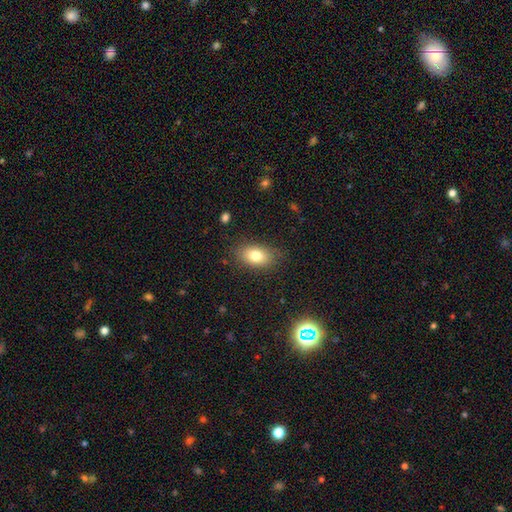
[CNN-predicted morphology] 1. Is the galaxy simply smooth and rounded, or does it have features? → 79% smooth, 12% featured or disk, 9% star or artifact.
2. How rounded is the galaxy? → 86% in between, 12% round, 2% cigar-shaped.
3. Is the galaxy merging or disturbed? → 83% none, 13% minor disturbance, 4% major disturbance, 1% merger.